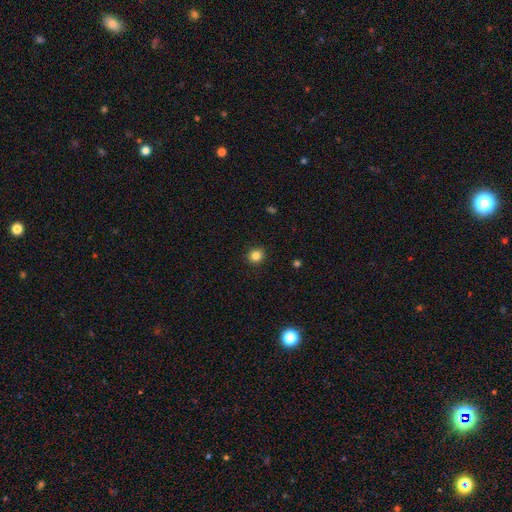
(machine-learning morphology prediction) This is clearly a smooth galaxy (84%). How rounded: clearly round (88%). Merging: clearly none (92%).